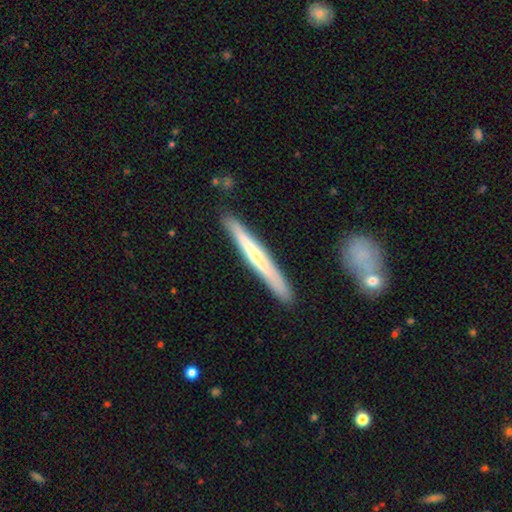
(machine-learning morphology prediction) type=featured or disk (57%); edge-on=yes (95%); edge-on bulge=none (47%); merging=none (89%).